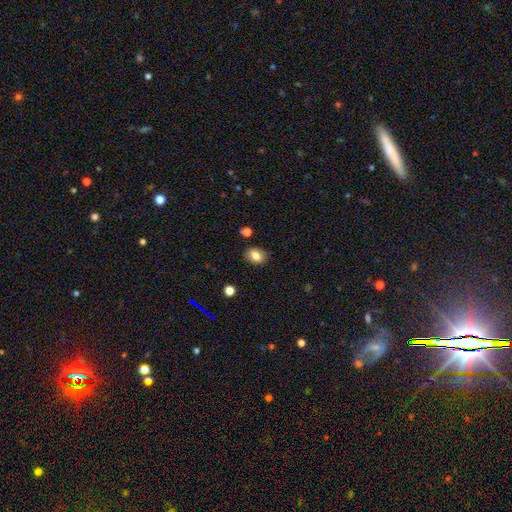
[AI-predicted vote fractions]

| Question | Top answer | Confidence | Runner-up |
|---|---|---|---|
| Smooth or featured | smooth | 80% | featured or disk (10%) |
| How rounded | in between | 67% | round (32%) |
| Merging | none | 84% | minor disturbance (11%) |